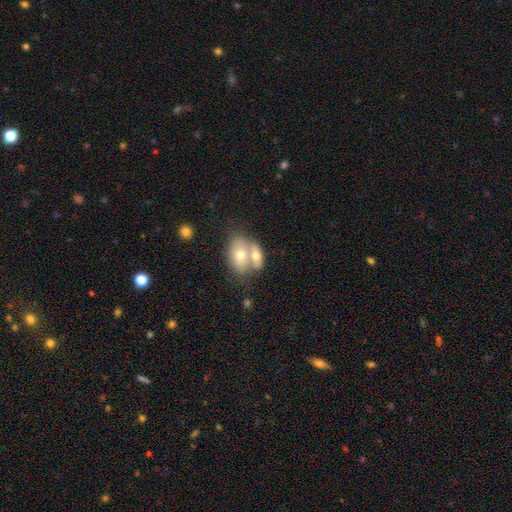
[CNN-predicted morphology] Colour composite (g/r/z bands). It shows a smooth galaxy with no disk features (65%) that is in between round and cigar-shaped (82%). Merging: merger (69%).